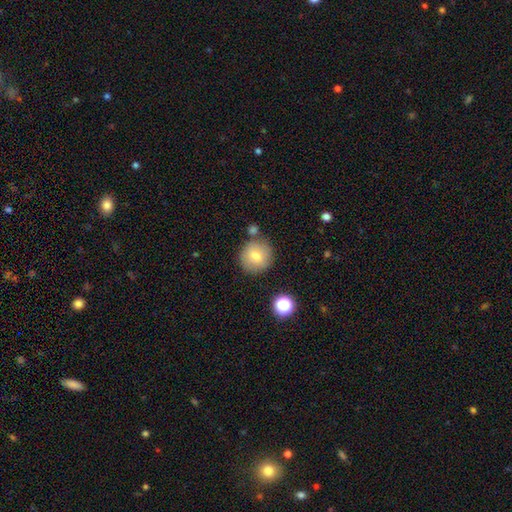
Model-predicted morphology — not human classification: A smooth galaxy with no disk features (77%) that is round (93%).

Vote fractions:
- Smooth or featured? smooth: 77% / featured or disk: 14% / star or artifact: 9%
- How rounded? round: 93% / in between: 6% / cigar-shaped: 1%
- Merging? none: 76% / minor disturbance: 11% / merger: 9% / major disturbance: 3%